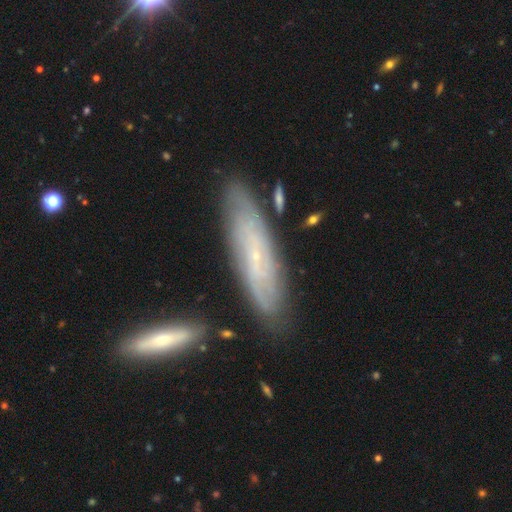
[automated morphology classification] smooth-or-featured: featured or disk: 69% | smooth: 25% | star or artifact: 7%
  disk-edge-on: no: 73% | yes: 27%
  merging: none: 79% | minor disturbance: 14% | merger: 4% | major disturbance: 3%